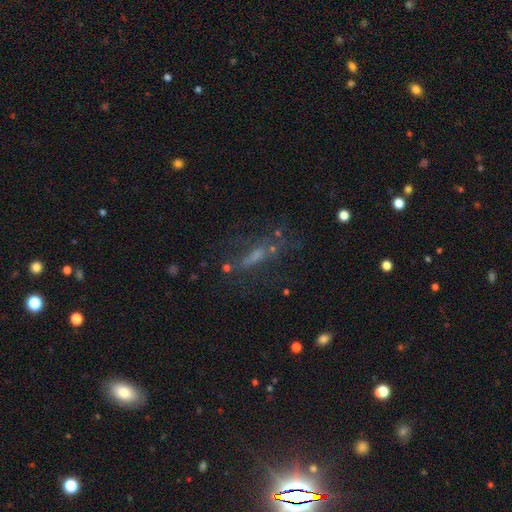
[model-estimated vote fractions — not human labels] This is marginally a featured or disk galaxy (41%). Merging: possibly none (58%).